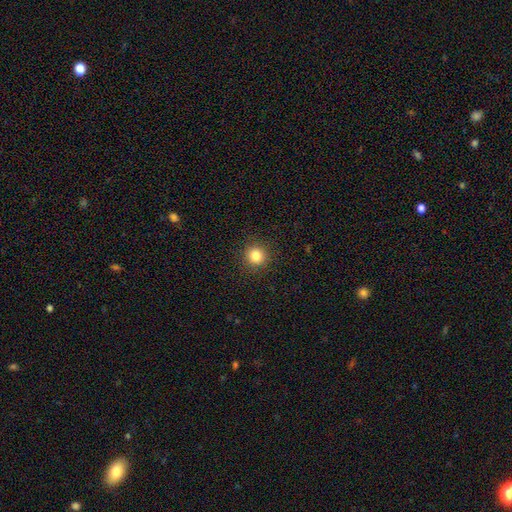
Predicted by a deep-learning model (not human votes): Overall: smooth (84%). How rounded: round (92%). Merging: none (91%).